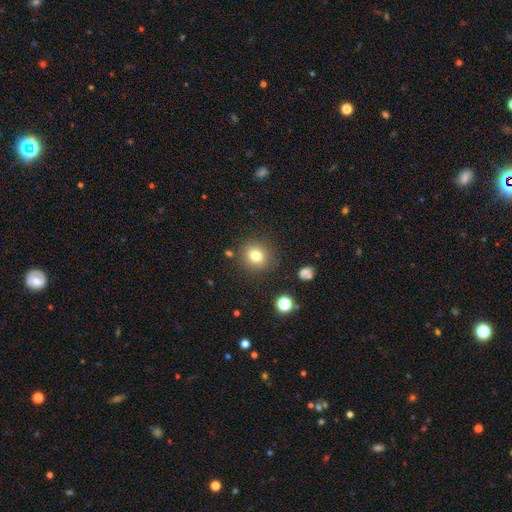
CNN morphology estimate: type=smooth (78%); roundness=round (80%); merging=none (85%).